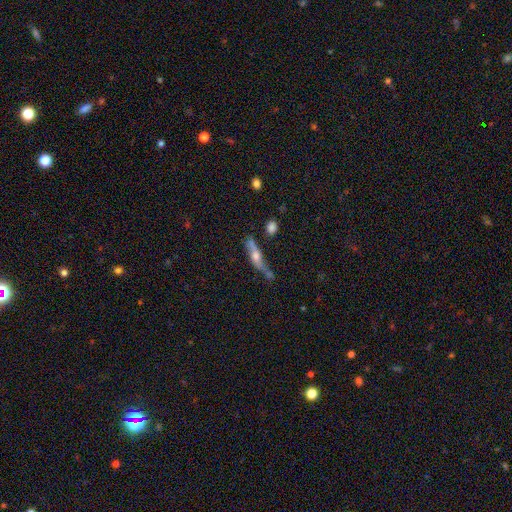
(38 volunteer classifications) Smooth or featured?
  - featured or disk: 63% *
  - smooth: 32%
  - star or artifact: 5%
Edge-on disk?
  - yes: 88% *
  - no: 12%
Edge-on bulge?
  - rounded: 90% *
  - none: 10%
  - boxy: 0%
Merging?
  - minor disturbance: 44% *
  - none: 31%
  - major disturbance: 14%
  - merger: 11%